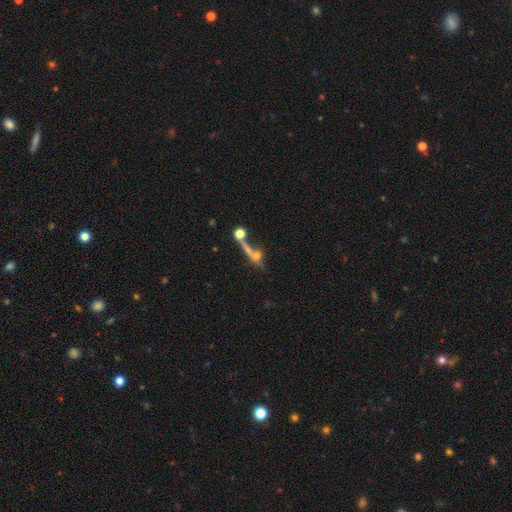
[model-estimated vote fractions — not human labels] Smooth or featured? Predicted: smooth (p=0.43). Merging? Predicted: none (p=0.44).